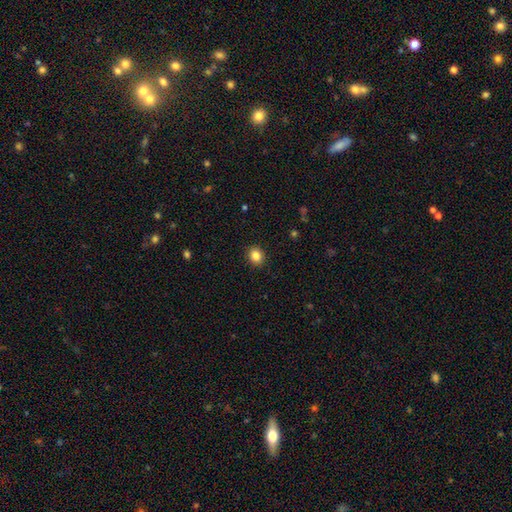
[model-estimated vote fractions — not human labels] Smooth or featured?
  - smooth: 84% *
  - star or artifact: 10%
  - featured or disk: 5%
How rounded?
  - round: 60% *
  - in between: 39%
  - cigar-shaped: 1%
Merging?
  - none: 91% *
  - minor disturbance: 7%
  - major disturbance: 2%
  - merger: 1%